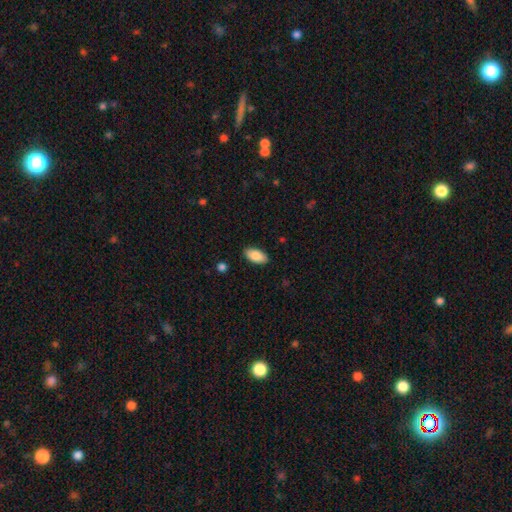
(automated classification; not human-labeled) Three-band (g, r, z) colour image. It shows a smooth galaxy with no disk features (86%) that is in between round and cigar-shaped (93%). Merging: none (89%).